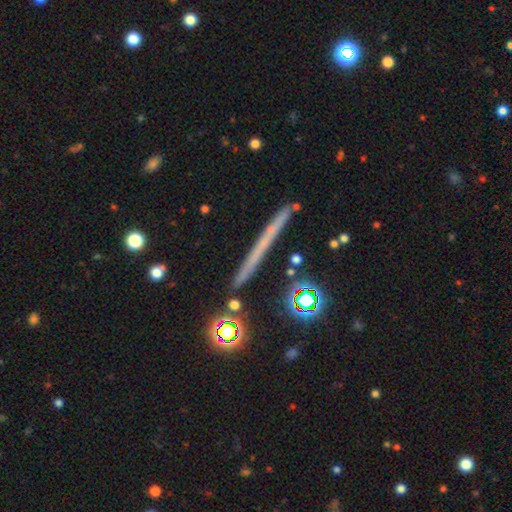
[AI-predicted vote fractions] Smooth or featured: featured or disk — 42% (smooth — 41%)
Merging: none — 86% (minor disturbance — 9%)